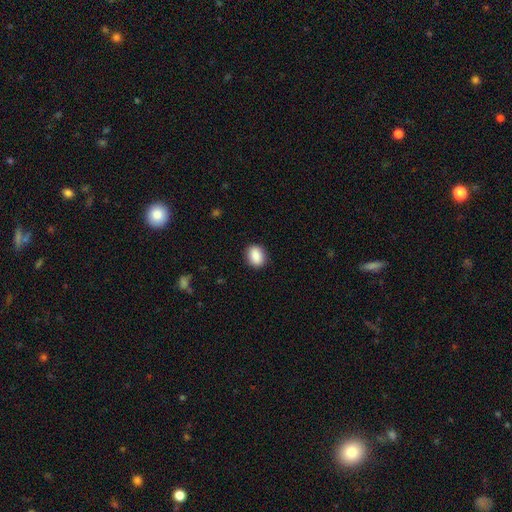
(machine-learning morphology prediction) Smooth or featured? smooth (88%)
How rounded? in between (57%)
Merging? none (89%)